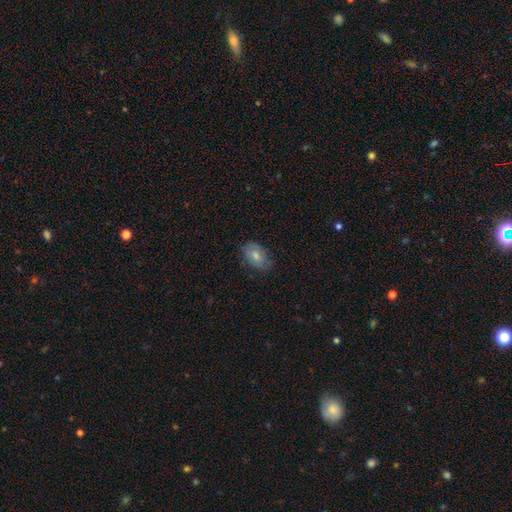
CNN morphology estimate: Overall: smooth (72%). How rounded: in between (89%). Merging: none (74%).